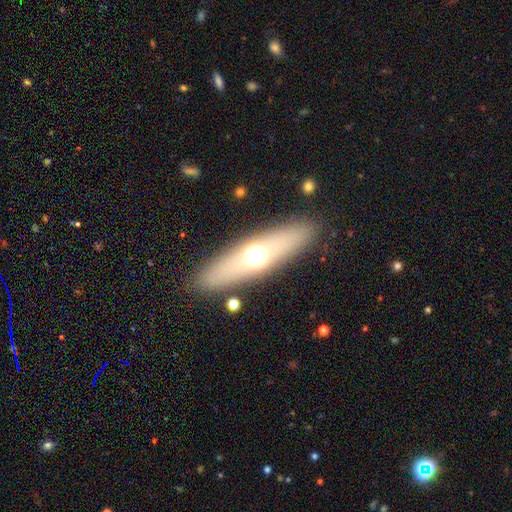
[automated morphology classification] Smooth or featured: featured or disk — 46% (smooth — 44%)
Merging: none — 87% (minor disturbance — 8%)